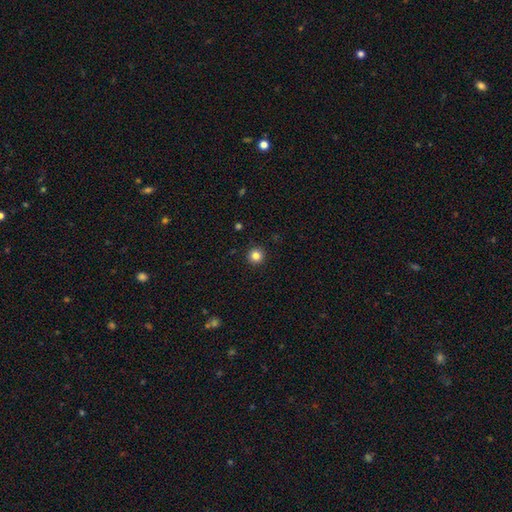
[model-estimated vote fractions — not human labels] The model was most divided on "smooth or featured": smooth: 83%, star or artifact: 12%, featured or disk: 5%. More confident: how rounded — round (96%); merging — none (93%).